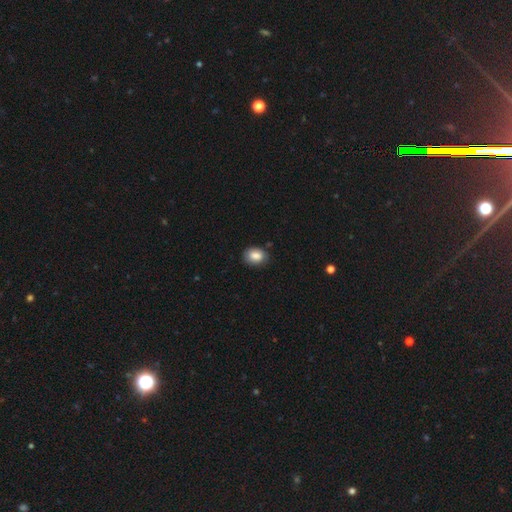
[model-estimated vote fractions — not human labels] Morphology: type=smooth (84%); roundness=in between (70%); merging=none (80%).